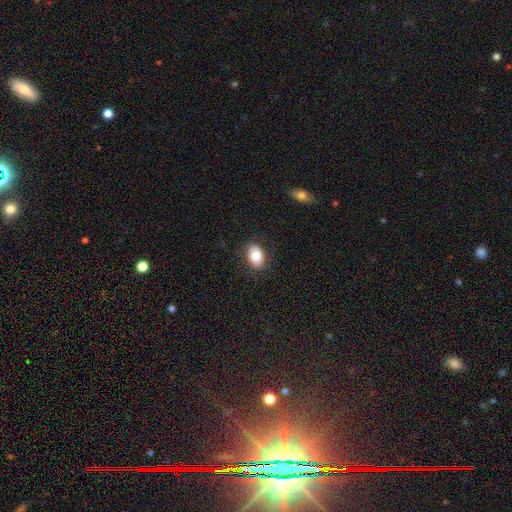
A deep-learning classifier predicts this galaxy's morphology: A smooth galaxy with no disk features (79%) that is in between round and cigar-shaped (82%). Merging: none (84%).